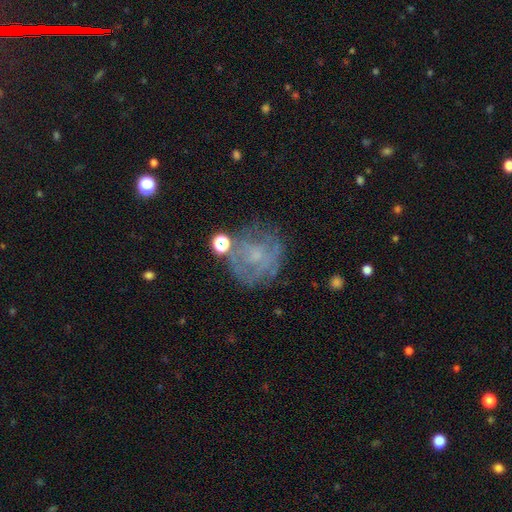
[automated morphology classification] This is possibly a featured or disk galaxy (56%). It is clearly not viewed edge-on (97%). Bar: likely no (78%). Spiral arm pattern: possibly yes (53%). Central bulge: possibly small (52%). Merging: possibly none (59%).